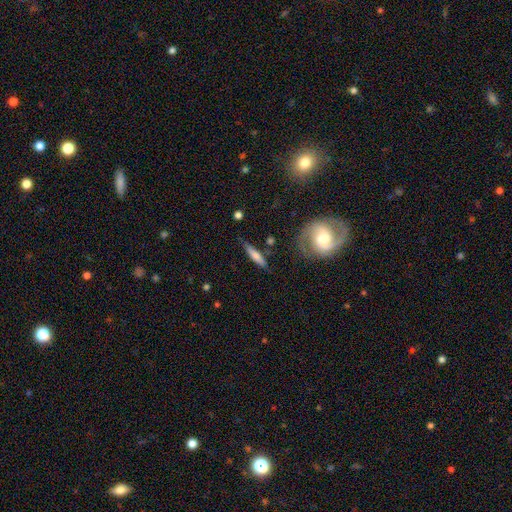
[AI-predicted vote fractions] Morphology: type=smooth (60%); roundness=cigar-shaped (79%); merging=none (72%).